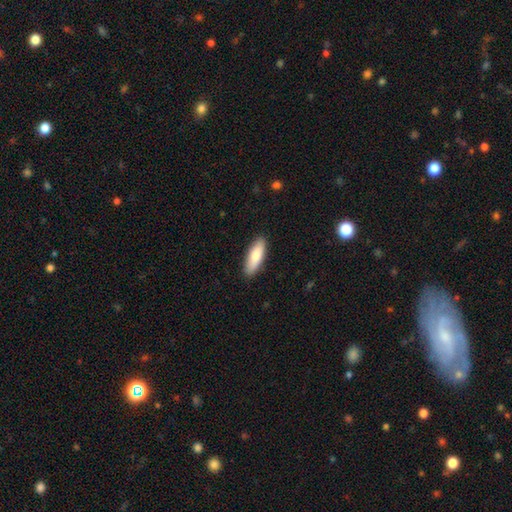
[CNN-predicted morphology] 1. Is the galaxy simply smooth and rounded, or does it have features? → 81% smooth, 13% featured or disk, 5% star or artifact.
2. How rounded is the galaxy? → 63% in between, 35% cigar-shaped, 2% round.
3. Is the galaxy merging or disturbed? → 89% none, 8% minor disturbance, 2% major disturbance, 1% merger.